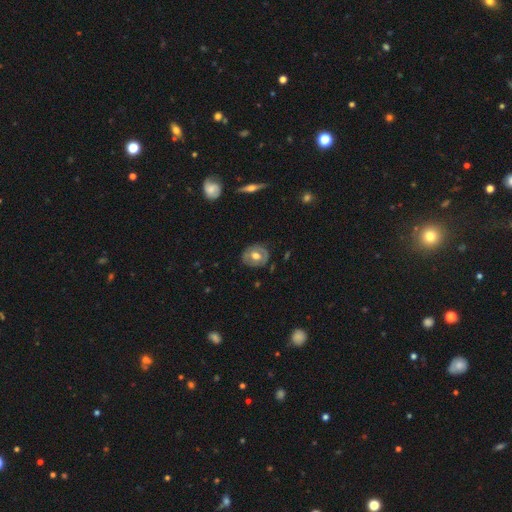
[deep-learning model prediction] Smooth or featured?
  - featured or disk: 51% *
  - smooth: 42%
  - star or artifact: 7%
Edge-on disk?
  - no: 93% *
  - yes: 7%
Merging?
  - none: 78% *
  - minor disturbance: 16%
  - major disturbance: 4%
  - merger: 1%